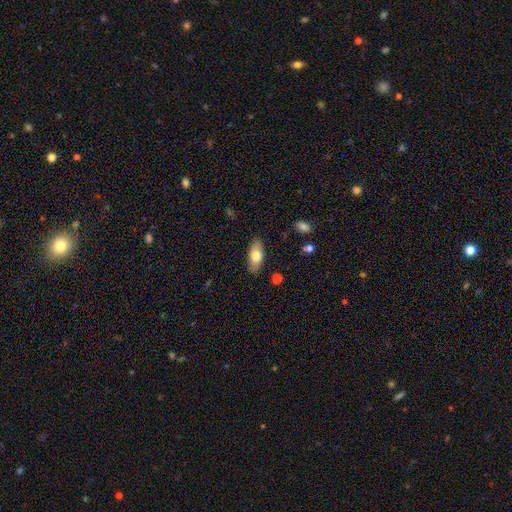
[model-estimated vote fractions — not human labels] A smooth galaxy with no disk features (71%) that is in between round and cigar-shaped (84%). Merging: none (86%).